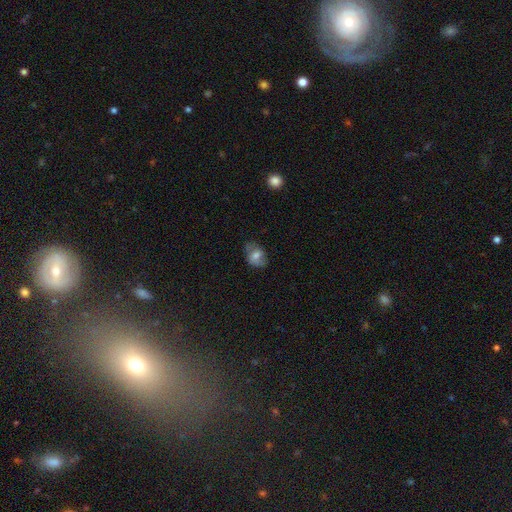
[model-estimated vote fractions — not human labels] Q: Smooth or featured?
A: smooth (60%); runner-up: featured or disk (31%)
Q: How rounded?
A: in between (70%); runner-up: round (29%)
Q: Merging?
A: none (63%); runner-up: minor disturbance (26%)